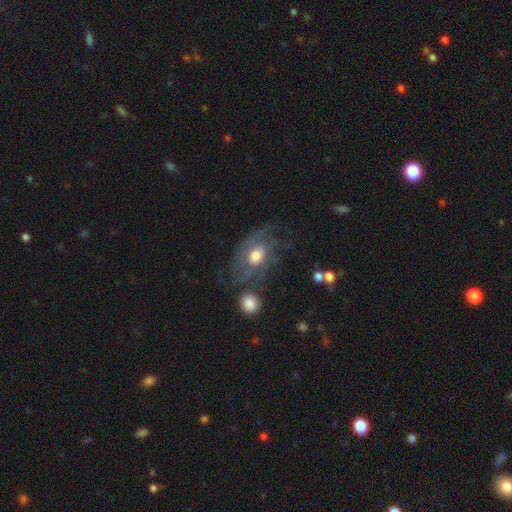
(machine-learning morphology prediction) Smooth or featured: featured or disk — 66% (smooth — 26%)
Edge-on disk: no — 95% (yes — 5%)
Bar: no — 76% (weak — 20%)
Spiral arms: yes — 73% (no — 27%)
Bulge size: moderate — 63% (large — 24%)
Merging: none — 46% (major disturbance — 26%)